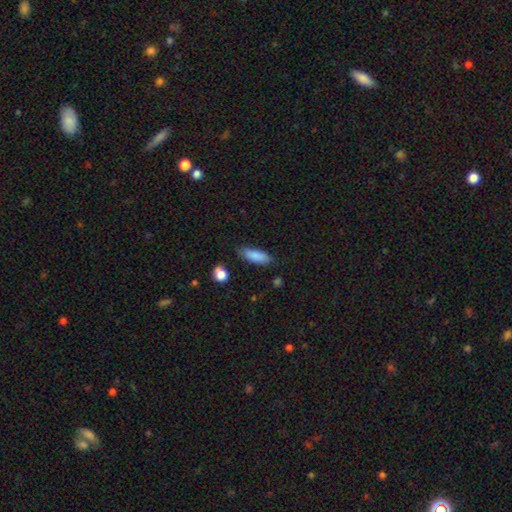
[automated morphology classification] Smooth or featured?
  - smooth: 86% *
  - featured or disk: 7%
  - star or artifact: 7%
How rounded?
  - in between: 65% *
  - cigar-shaped: 33%
  - round: 2%
Merging?
  - none: 74% *
  - minor disturbance: 19%
  - major disturbance: 4%
  - merger: 2%